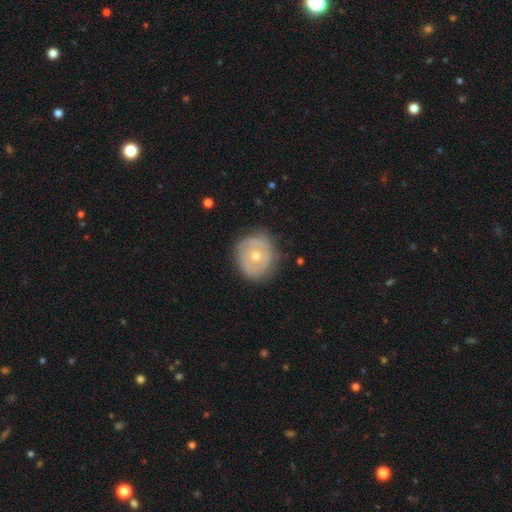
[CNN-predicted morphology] Q: Smooth or featured?
A: featured or disk (54%); runner-up: smooth (40%)
Q: Edge-on disk?
A: no (96%); runner-up: yes (4%)
Q: Bar?
A: no (87%); runner-up: weak (11%)
Q: Spiral arms?
A: no (60%); runner-up: yes (40%)
Q: Bulge size?
A: moderate (59%); runner-up: small (37%)
Q: Merging?
A: none (73%); runner-up: minor disturbance (20%)